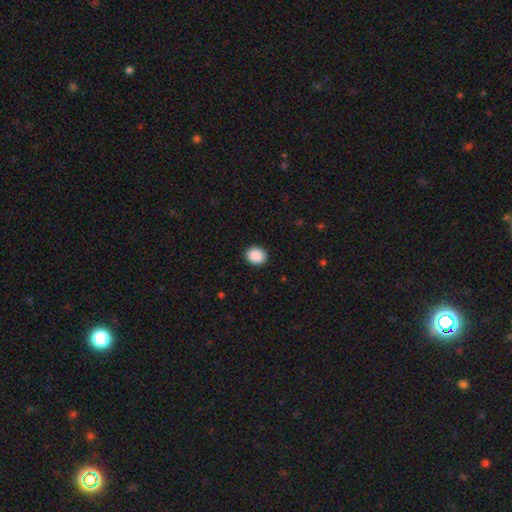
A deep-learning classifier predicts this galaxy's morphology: Q: Smooth or featured?
A: smooth (90%); runner-up: star or artifact (8%)
Q: How rounded?
A: round (66%); runner-up: in between (33%)
Q: Merging?
A: none (92%); runner-up: minor disturbance (6%)